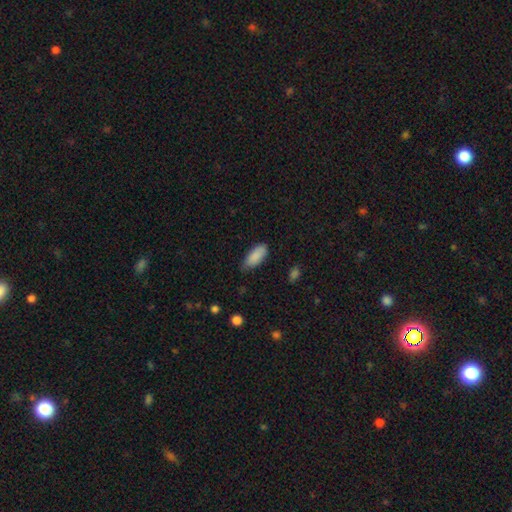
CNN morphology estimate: Smooth or featured?
  - smooth: 88% *
  - star or artifact: 6%
  - featured or disk: 5%
How rounded?
  - in between: 80% *
  - cigar-shaped: 18%
  - round: 2%
Merging?
  - none: 72% *
  - minor disturbance: 23%
  - major disturbance: 4%
  - merger: 1%